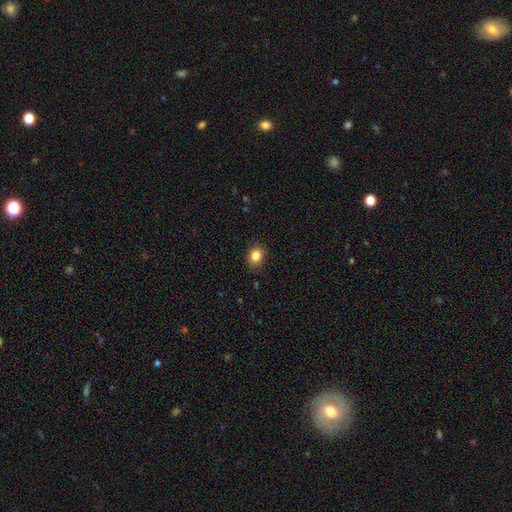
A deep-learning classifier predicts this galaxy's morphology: smooth 84%, star or artifact 10%, featured or disk 6%. Down the decision tree: how rounded — in between (52%); merging — none (87%).